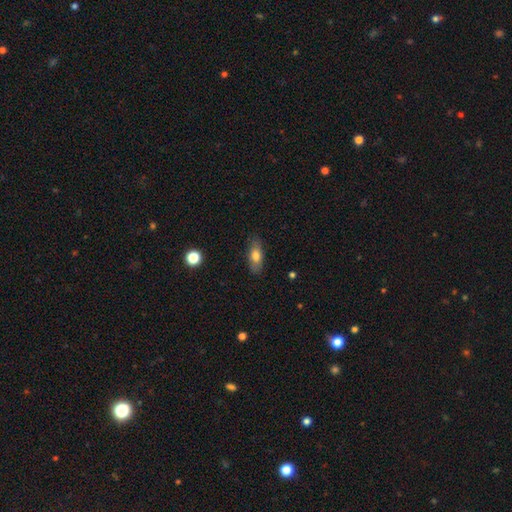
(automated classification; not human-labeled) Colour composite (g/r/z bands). It shows a smooth galaxy with no disk features (73%) that is in between round and cigar-shaped (78%). Merging: none (82%).